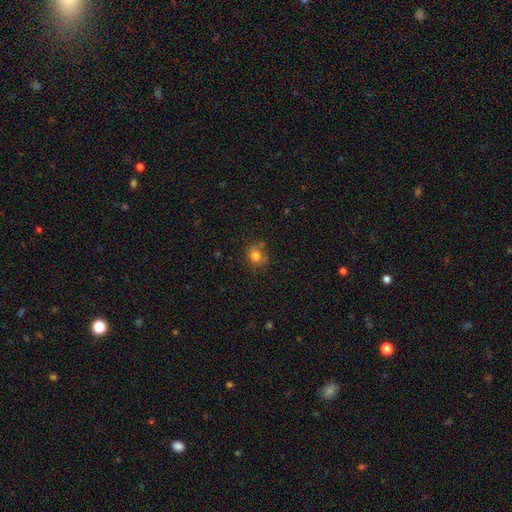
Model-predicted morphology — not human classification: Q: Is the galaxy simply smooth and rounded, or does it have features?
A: smooth — 80%.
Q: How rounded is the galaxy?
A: round — 70%.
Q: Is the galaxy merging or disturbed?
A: none — 73%.